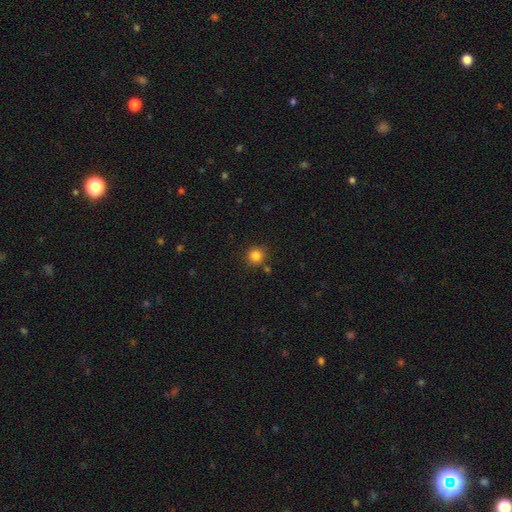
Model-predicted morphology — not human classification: smooth 83%, star or artifact 12%, featured or disk 4%. Down the decision tree: how rounded — round (92%); merging — none (84%).